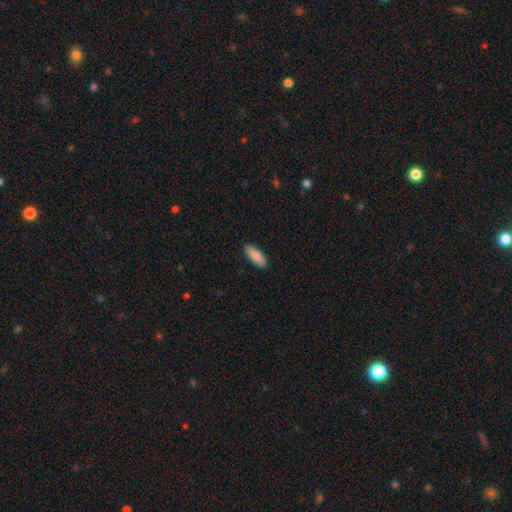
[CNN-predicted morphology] Smooth or featured? smooth (88%)
How rounded? in between (72%)
Merging? none (89%)